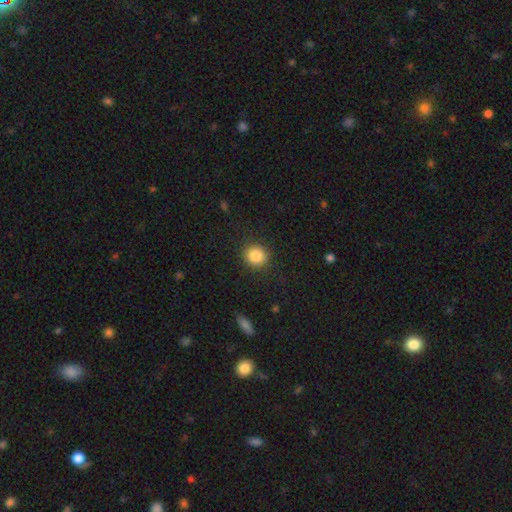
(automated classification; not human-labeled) This appears to be a smooth galaxy with no disk features (87%) that is round (85%). Merging: none (88%).